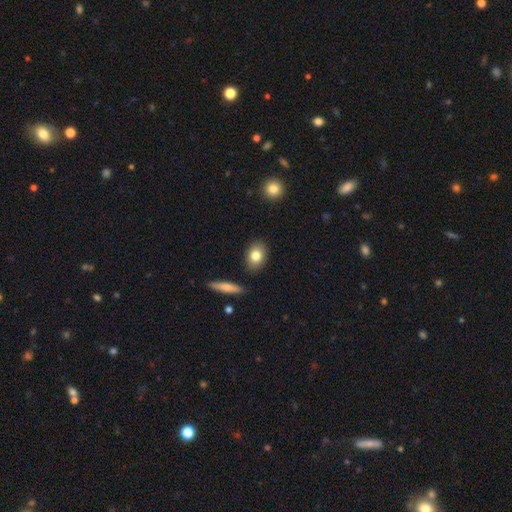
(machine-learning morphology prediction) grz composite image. It shows a smooth galaxy with no disk features (80%) that is in between round and cigar-shaped (70%). Merging: none (87%).